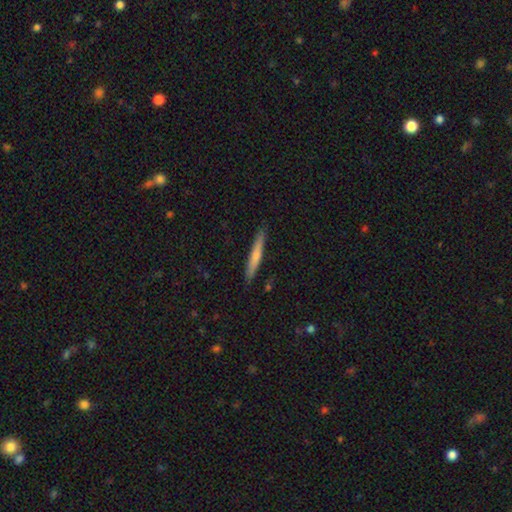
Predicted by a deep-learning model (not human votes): Smooth or featured: smooth — 61% (featured or disk — 33%)
How rounded: cigar-shaped — 95% (in between — 4%)
Merging: none — 88% (minor disturbance — 9%)